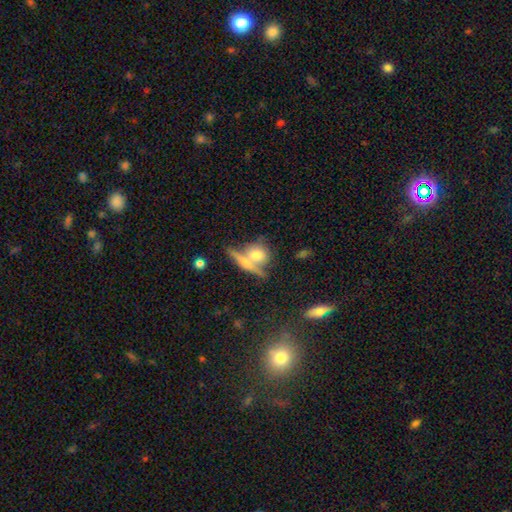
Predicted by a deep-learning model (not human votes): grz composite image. It shows a smooth galaxy with no disk features (65%) that is round (57%). Merging: merger (43%).